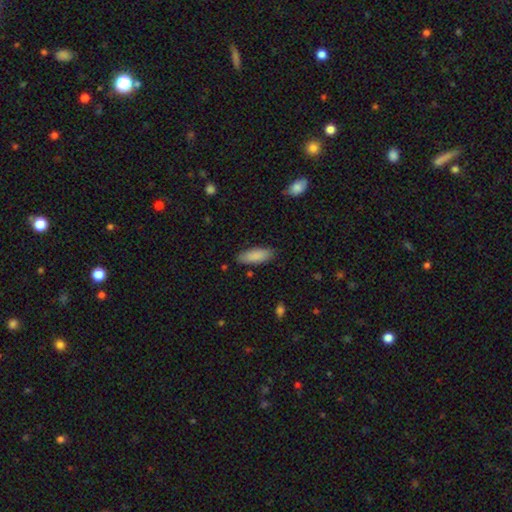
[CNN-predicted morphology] A smooth galaxy with no disk features (88%) that is in between round and cigar-shaped (71%). Merging: none (85%).